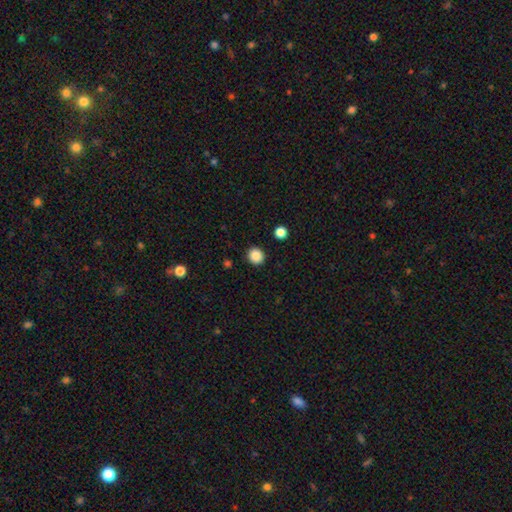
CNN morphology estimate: smooth-or-featured: smooth: 87% | star or artifact: 10% | featured or disk: 4%
  how-rounded: round: 90% | in between: 9% | cigar-shaped: 1%
  merging: none: 92% | minor disturbance: 5% | major disturbance: 2% | merger: 1%